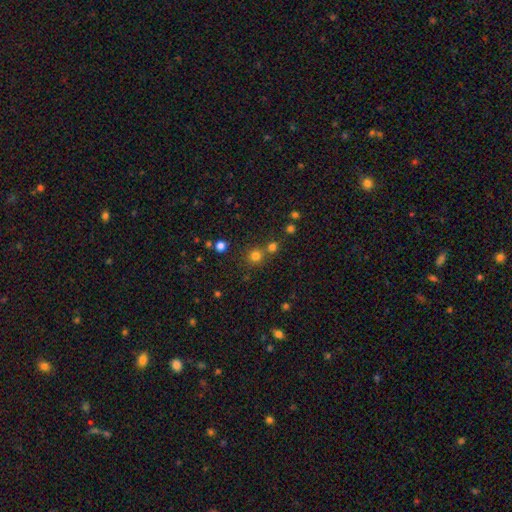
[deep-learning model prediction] smooth-or-featured: smooth: 74% | star or artifact: 20% | featured or disk: 6%
  how-rounded: round: 91% | in between: 8% | cigar-shaped: 1%
  merging: none: 69% | merger: 21% | minor disturbance: 7% | major disturbance: 3%